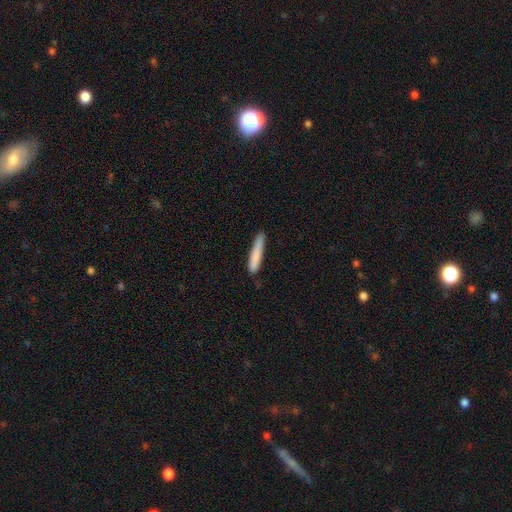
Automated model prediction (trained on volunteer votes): Smooth or featured: smooth — 82% (featured or disk — 12%)
How rounded: cigar-shaped — 94% (in between — 5%)
Merging: none — 82% (minor disturbance — 14%)